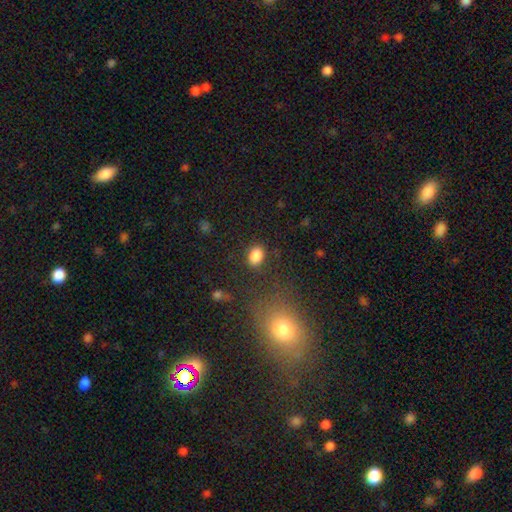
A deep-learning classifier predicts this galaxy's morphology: This appears to be a smooth galaxy with no disk features (86%) that is in between round and cigar-shaped (77%). Merging: none (83%).